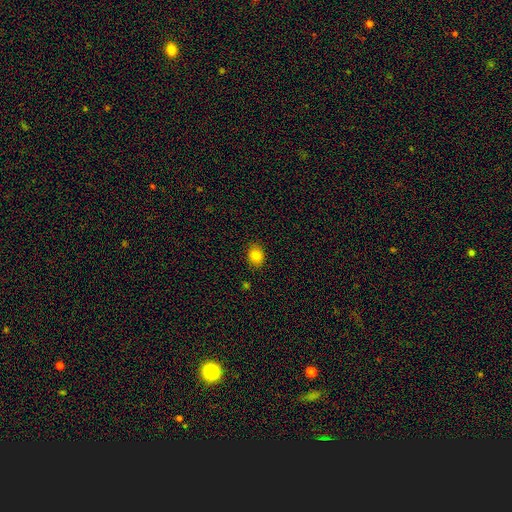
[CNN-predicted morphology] A smooth galaxy with no disk features (83%) that is in between round and cigar-shaped (54%). Merging: none (87%).